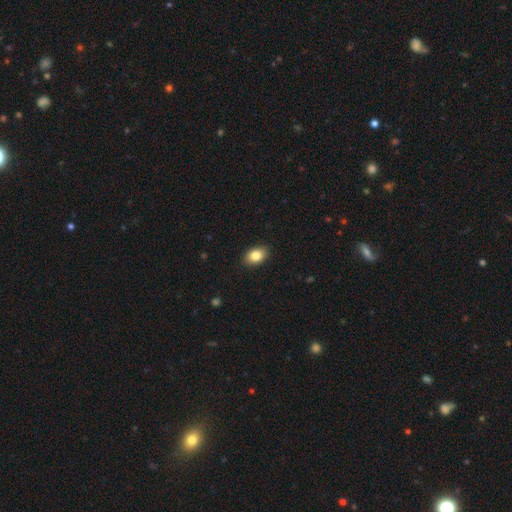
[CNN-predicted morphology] smooth-or-featured: smooth: 85% | star or artifact: 8% | featured or disk: 7%
  how-rounded: in between: 84% | round: 15% | cigar-shaped: 1%
  merging: none: 90% | minor disturbance: 8% | major disturbance: 2% | merger: 1%